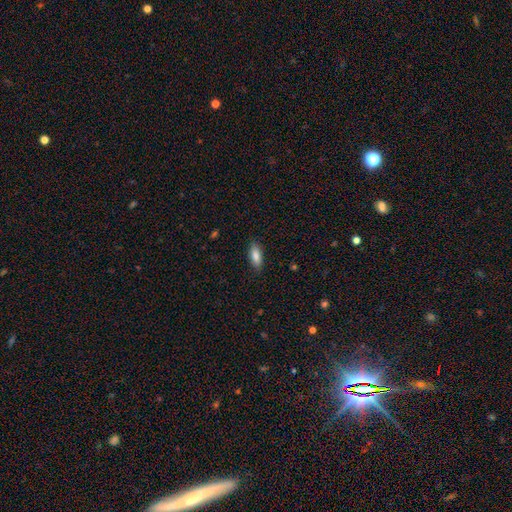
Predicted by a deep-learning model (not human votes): Smooth or featured? Predicted: smooth (p=0.85). How rounded? Predicted: in between (p=0.76). Merging? Predicted: none (p=0.87).